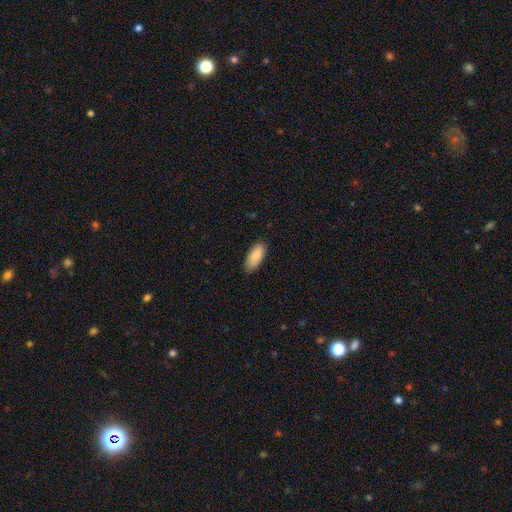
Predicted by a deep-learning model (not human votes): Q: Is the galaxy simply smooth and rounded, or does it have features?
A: smooth — 89%.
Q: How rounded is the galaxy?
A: in between — 84%.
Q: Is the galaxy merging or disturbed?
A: none — 86%.